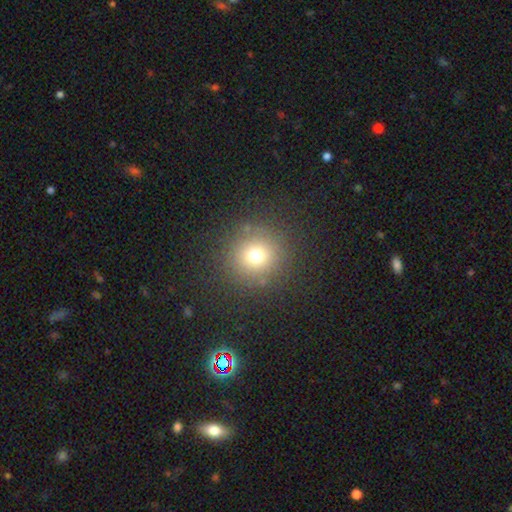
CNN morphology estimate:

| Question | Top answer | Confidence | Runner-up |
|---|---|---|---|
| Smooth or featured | smooth | 70% | star or artifact (20%) |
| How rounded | round | 93% | in between (6%) |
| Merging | none | 86% | minor disturbance (7%) |